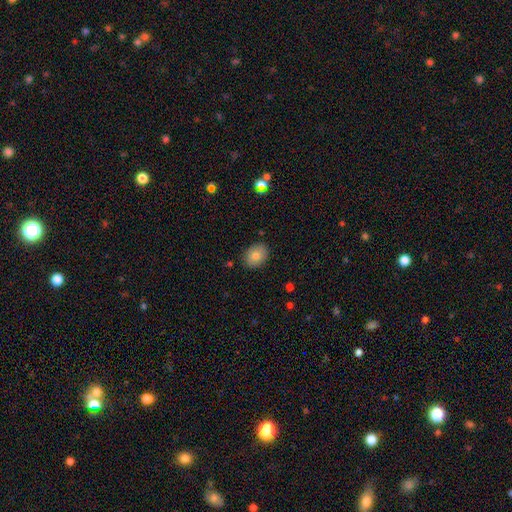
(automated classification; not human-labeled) A smooth galaxy with no disk features (78%) that is in between round and cigar-shaped (57%).

Vote fractions:
- Smooth or featured? smooth: 78% / featured or disk: 13% / star or artifact: 9%
- How rounded? in between: 57% / round: 42% / cigar-shaped: 1%
- Merging? none: 87% / minor disturbance: 9% / major disturbance: 2% / merger: 1%